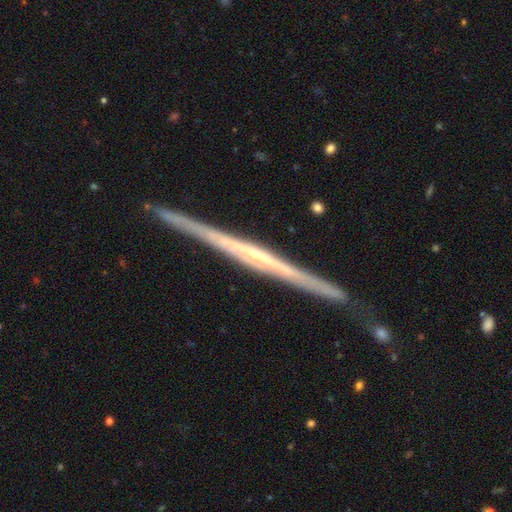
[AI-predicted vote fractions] Smooth or featured: featured or disk — 83% (smooth — 12%)
Edge-on disk: yes — 98% (no — 2%)
Edge-on bulge: none — 60% (rounded — 29%)
Merging: none — 89% (minor disturbance — 8%)